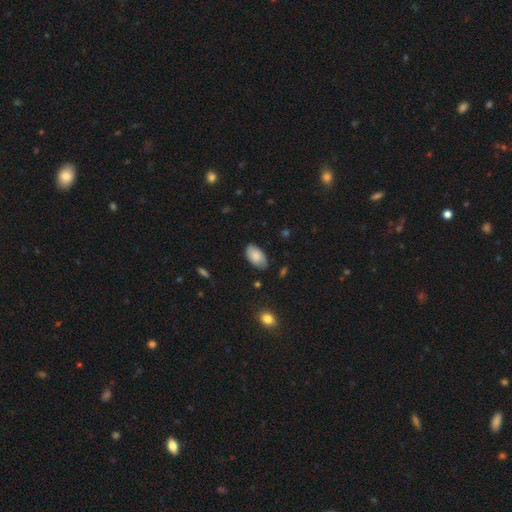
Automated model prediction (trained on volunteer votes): Morphology: type=smooth (80%); roundness=in between (95%); merging=none (79%).